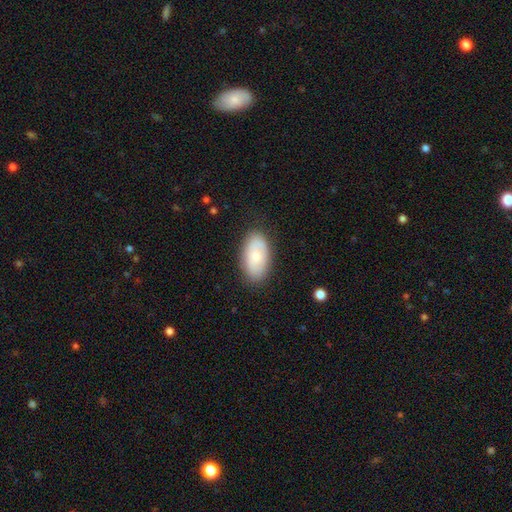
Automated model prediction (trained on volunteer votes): Smooth or featured: smooth — 68% (featured or disk — 25%)
How rounded: in between — 94% (round — 4%)
Merging: none — 83% (minor disturbance — 12%)